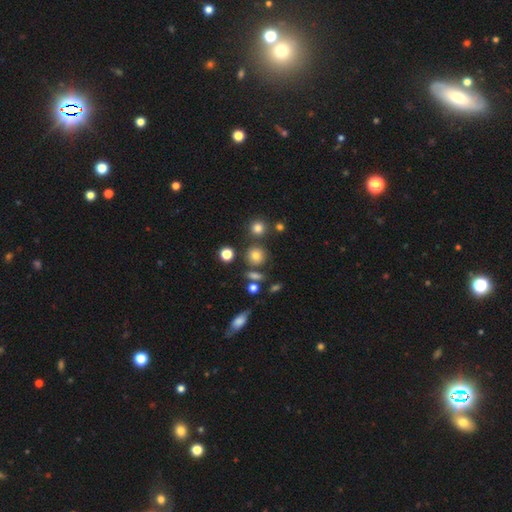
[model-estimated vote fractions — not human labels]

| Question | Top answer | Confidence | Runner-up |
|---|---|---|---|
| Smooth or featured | smooth | 76% | star or artifact (16%) |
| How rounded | round | 88% | in between (10%) |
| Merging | none | 76% | minor disturbance (10%) |